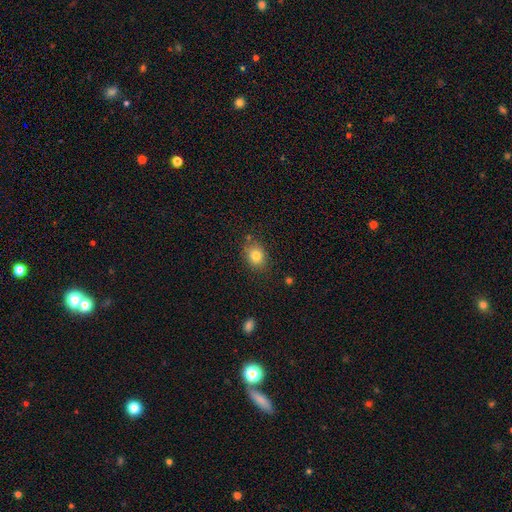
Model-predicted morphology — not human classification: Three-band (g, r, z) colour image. It shows a smooth galaxy with no disk features (81%) that is round (51%). Merging: none (79%).